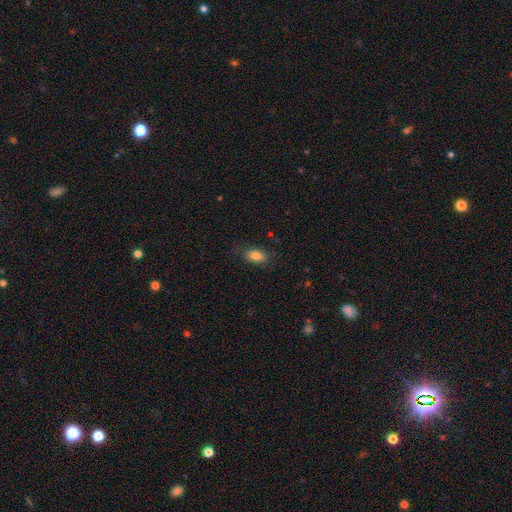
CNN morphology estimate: A smooth galaxy with no disk features (82%) that is in between round and cigar-shaped (87%). Merging: none (81%).